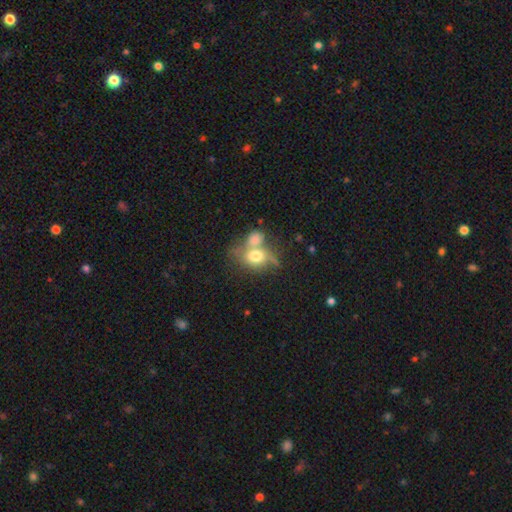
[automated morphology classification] Smooth or featured?
  - smooth: 69% *
  - featured or disk: 22%
  - star or artifact: 9%
How rounded?
  - in between: 53% *
  - round: 45%
  - cigar-shaped: 2%
Merging?
  - merger: 56% *
  - none: 23%
  - minor disturbance: 11%
  - major disturbance: 10%